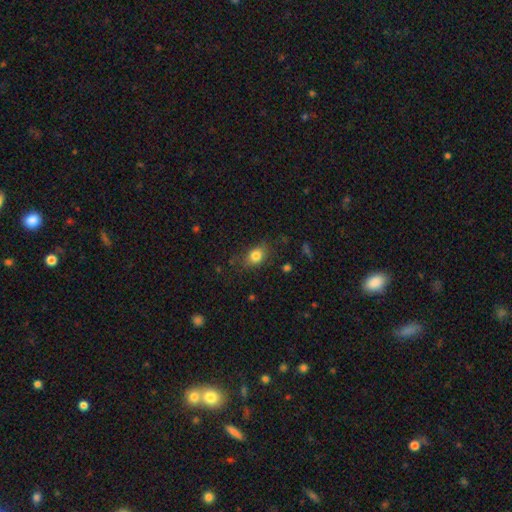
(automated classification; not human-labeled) Smooth or featured: smooth — 82% (star or artifact — 10%)
How rounded: in between — 69% (round — 29%)
Merging: none — 74% (minor disturbance — 19%)